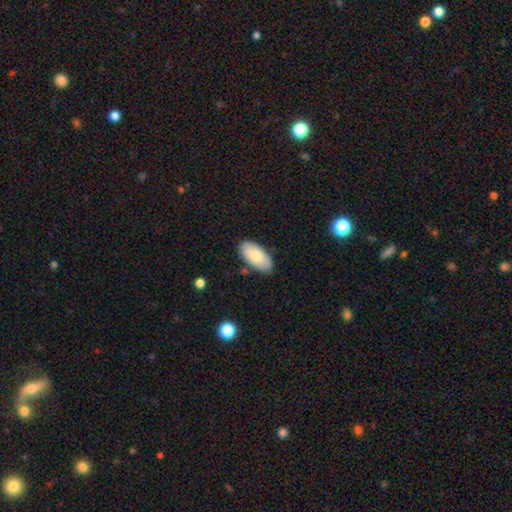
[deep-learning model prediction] smooth-or-featured: smooth: 79% | featured or disk: 16% | star or artifact: 6%
  how-rounded: in between: 94% | cigar-shaped: 4% | round: 2%
  merging: none: 82% | minor disturbance: 13% | major disturbance: 2% | merger: 2%